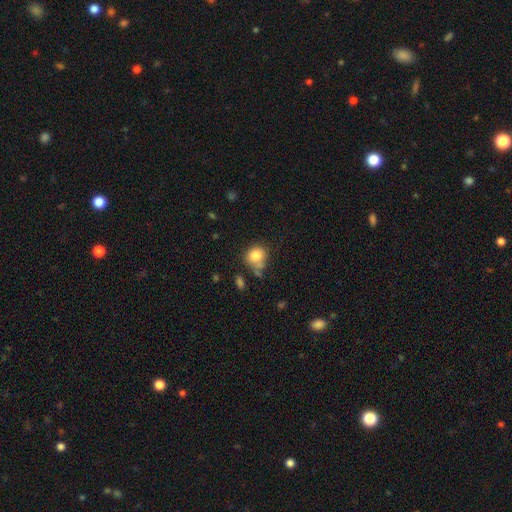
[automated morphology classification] smooth 82%, star or artifact 10%, featured or disk 9%. Down the decision tree: how rounded — round (70%); merging — none (53%).